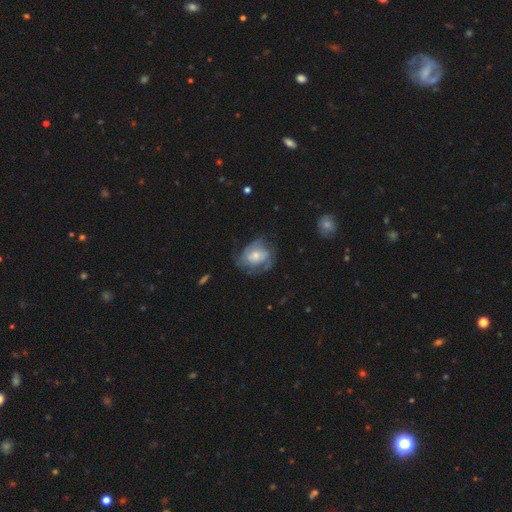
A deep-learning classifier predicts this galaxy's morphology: A featured or disk galaxy (67%) with no bar (68%), tight (44%) spiral arms (81%) and a moderate central bulge (49%). Merging: none (58%).